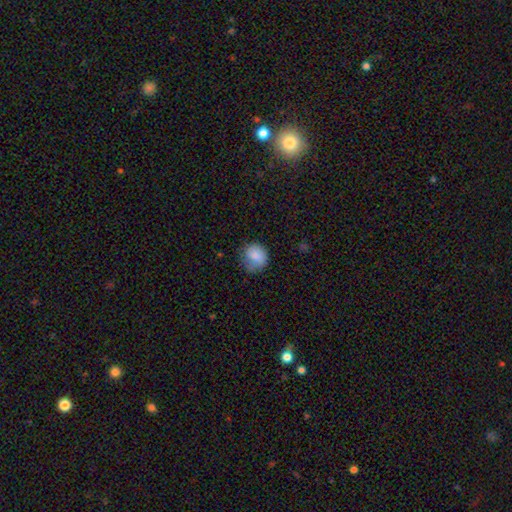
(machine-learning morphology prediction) This appears to be a smooth galaxy with no disk features (84%) that is round (73%). Merging: none (61%).